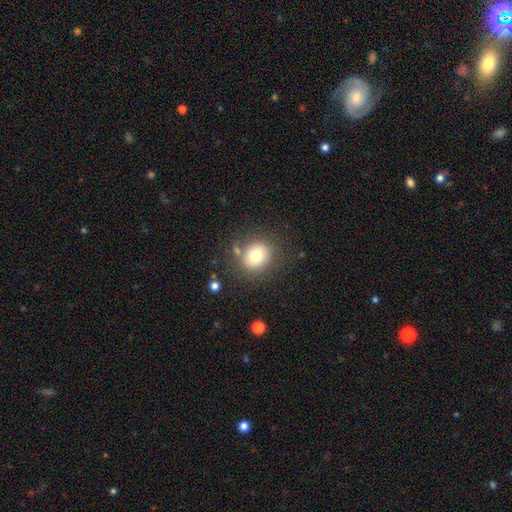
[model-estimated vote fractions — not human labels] smooth_or_featured: smooth (p=0.76) [alt: featured or disk p=0.13]
how_rounded: round (p=0.76) [alt: in between p=0.23]
merging: none (p=0.77) [alt: minor disturbance p=0.12]